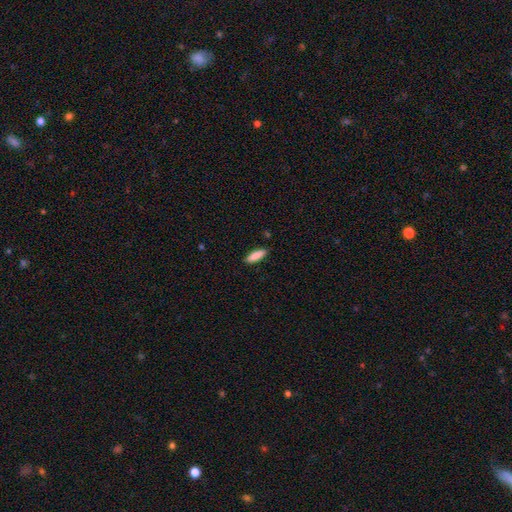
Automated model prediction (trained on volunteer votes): Overall: smooth (88%). How rounded: in between (51%; cigar-shaped 48%). Merging: none (88%).